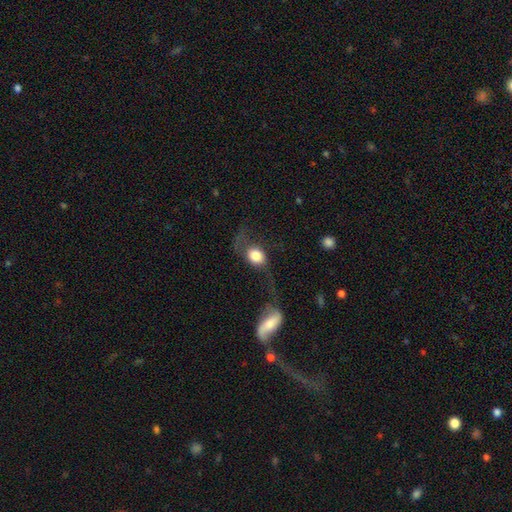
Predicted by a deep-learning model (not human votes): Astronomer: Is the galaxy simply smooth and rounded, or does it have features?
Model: smooth — 68%.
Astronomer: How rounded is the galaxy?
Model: round — 51% (runner-up: in between, 46%).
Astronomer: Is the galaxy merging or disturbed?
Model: major disturbance — 37% (runner-up: none, 32%).